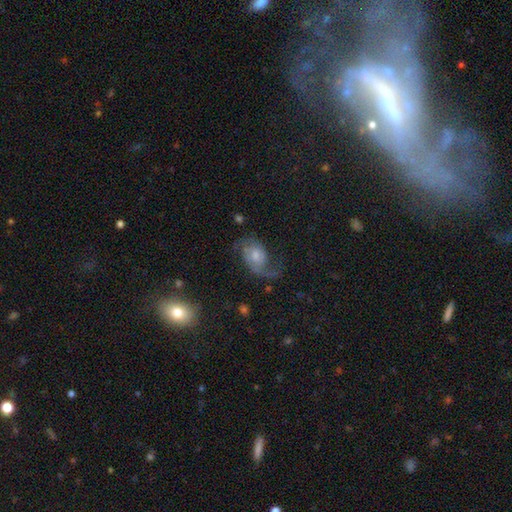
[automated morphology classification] Q: Smooth or featured?
A: featured or disk (76%); runner-up: smooth (16%)
Q: Edge-on disk?
A: no (97%); runner-up: yes (3%)
Q: Bar?
A: no (59%); runner-up: weak (36%)
Q: Spiral arms?
A: yes (94%); runner-up: no (6%)
Q: Spiral winding?
A: loose (49%); runner-up: medium (39%)
Q: Spiral arm count?
A: 2 (81%); runner-up: 1 (11%)
Q: Bulge size?
A: moderate (49%); runner-up: small (32%)
Q: Merging?
A: none (56%); runner-up: major disturbance (23%)